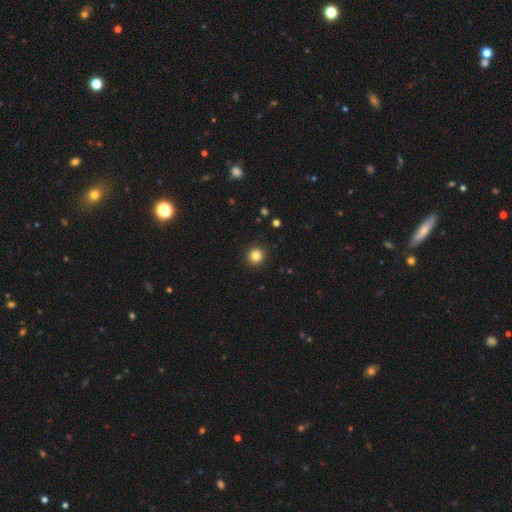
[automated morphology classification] This is clearly a smooth galaxy (84%). How rounded: clearly round (94%). Merging: clearly none (93%).